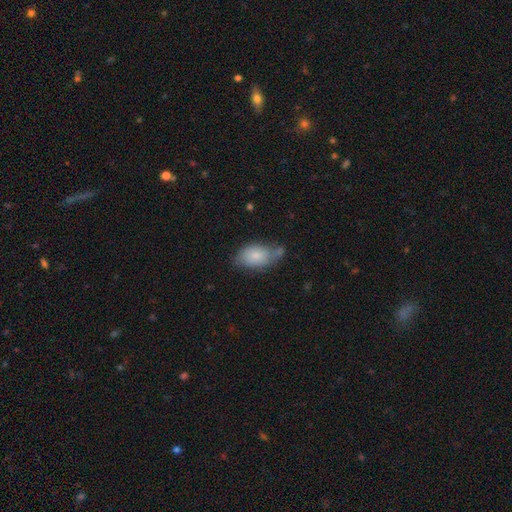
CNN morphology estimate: Q: Smooth or featured?
A: smooth (77%); runner-up: featured or disk (16%)
Q: How rounded?
A: in between (91%); runner-up: round (7%)
Q: Merging?
A: none (49%); runner-up: minor disturbance (31%)